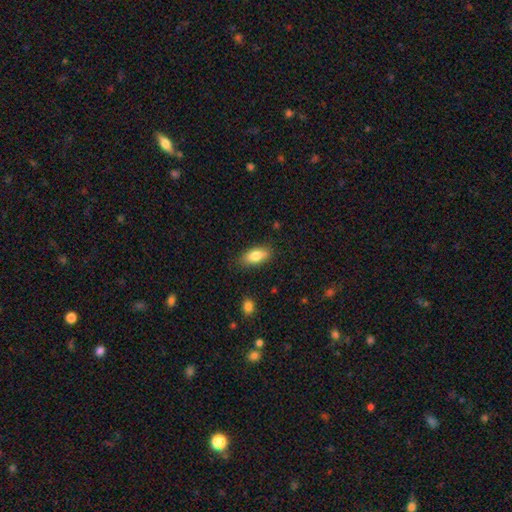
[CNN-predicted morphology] smooth-or-featured: smooth: 81% | featured or disk: 11% | star or artifact: 7%
  how-rounded: in between: 85% | cigar-shaped: 11% | round: 4%
  merging: none: 84% | minor disturbance: 12% | major disturbance: 3% | merger: 1%